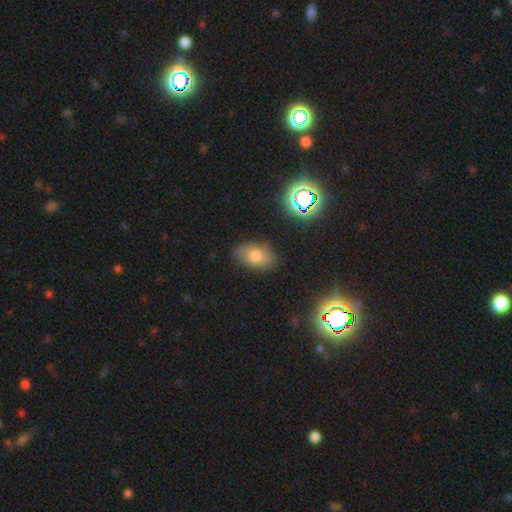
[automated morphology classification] The model was most divided on "smooth or featured": smooth: 72%, star or artifact: 14%, featured or disk: 13%. More confident: how rounded — in between (88%); merging — none (82%).